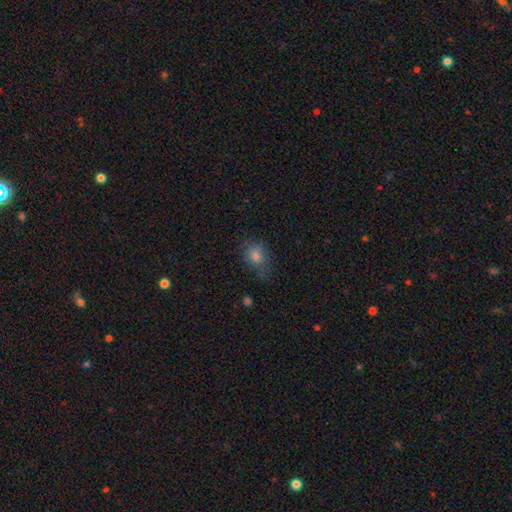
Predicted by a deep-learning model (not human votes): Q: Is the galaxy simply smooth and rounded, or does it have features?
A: smooth — 77%.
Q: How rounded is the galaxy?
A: in between — 54%.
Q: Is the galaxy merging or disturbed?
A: none — 63%.